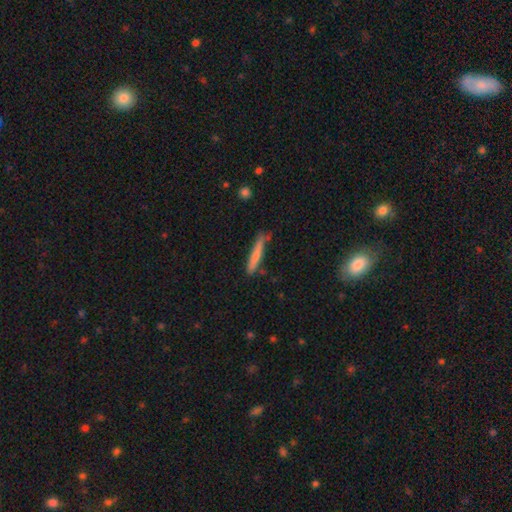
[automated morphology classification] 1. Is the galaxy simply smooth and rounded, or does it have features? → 73% smooth, 21% featured or disk, 6% star or artifact.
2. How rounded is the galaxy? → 94% cigar-shaped, 4% in between, 1% round.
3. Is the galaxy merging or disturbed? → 75% none, 17% minor disturbance, 4% merger, 3% major disturbance.